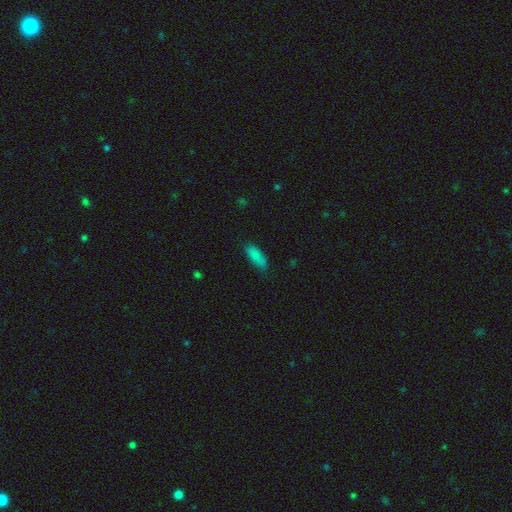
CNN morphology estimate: Smooth or featured?
  - smooth: 84% *
  - featured or disk: 8%
  - star or artifact: 7%
How rounded?
  - in between: 72% *
  - cigar-shaped: 26%
  - round: 2%
Merging?
  - none: 79% *
  - minor disturbance: 16%
  - major disturbance: 3%
  - merger: 2%